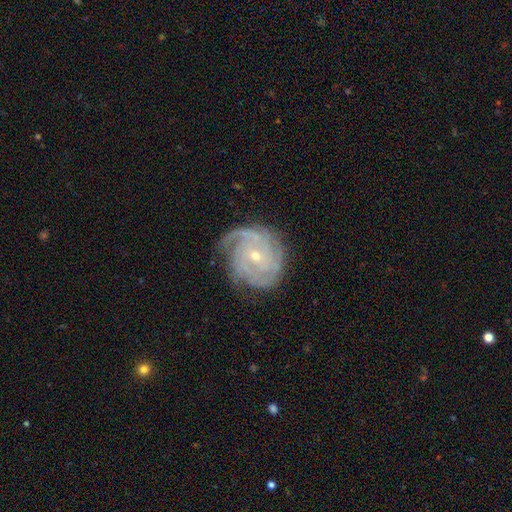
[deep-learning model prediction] Overall: featured or disk (88%). Edge-on disk: no (97%). Bar: no (65%; weak 28%). Spiral arms: yes (97%). Spiral arm count: 3 (29%; can't tell 22%). Spiral winding: tight (72%). Bulge size: small (64%; moderate 33%). Merging: none (71%).